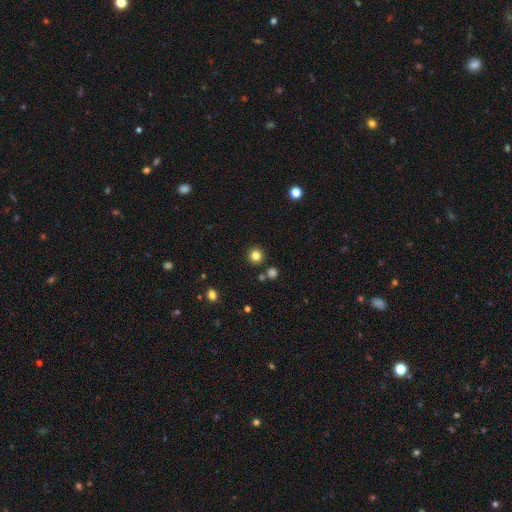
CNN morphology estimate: smooth 82%, star or artifact 13%, featured or disk 5%. Down the decision tree: how rounded — round (94%); merging — none (87%).